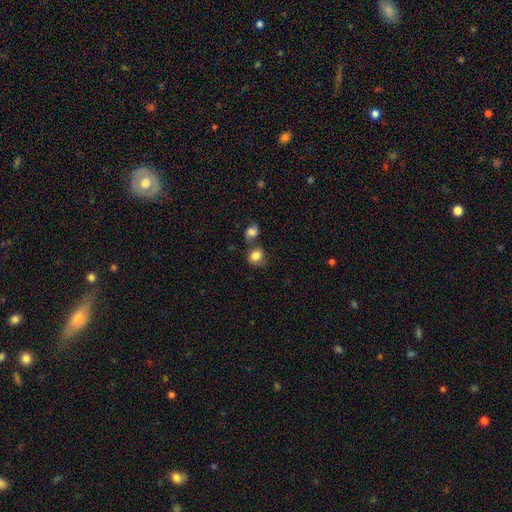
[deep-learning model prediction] Q: Smooth or featured?
A: smooth (83%); runner-up: star or artifact (9%)
Q: How rounded?
A: round (66%); runner-up: in between (33%)
Q: Merging?
A: none (52%); runner-up: merger (29%)